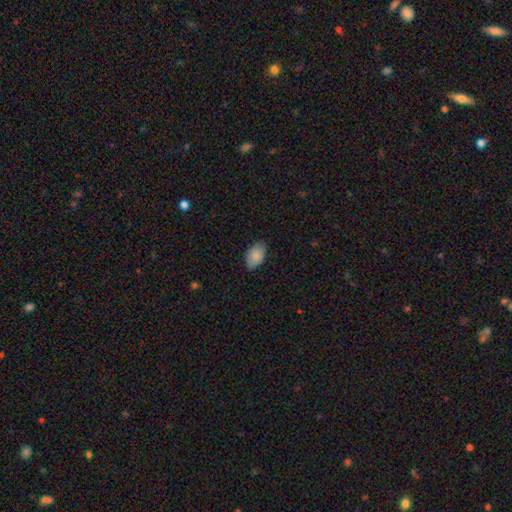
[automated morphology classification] type=smooth (87%); roundness=in between (92%); merging=none (82%).